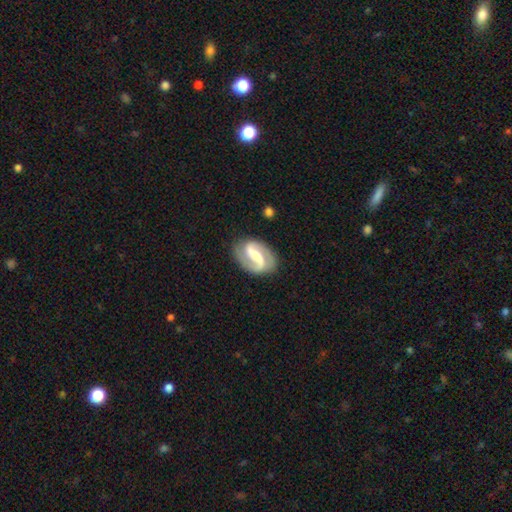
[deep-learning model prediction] smooth_or_featured: featured or disk (p=0.85) [alt: smooth p=0.10]
disk_edge_on: no (p=0.97) [alt: yes p=0.03]
bar: strong (p=0.55) [alt: weak p=0.34]
has_spiral_arms: yes (p=0.95) [alt: no p=0.05]
spiral_winding: medium (p=0.47) [alt: loose p=0.29]
spiral_arm_count: 2 (p=0.89) [alt: 1 p=0.05]
bulge_size: moderate (p=0.35) [alt: small p=0.31]
merging: none (p=0.79) [alt: minor disturbance p=0.14]